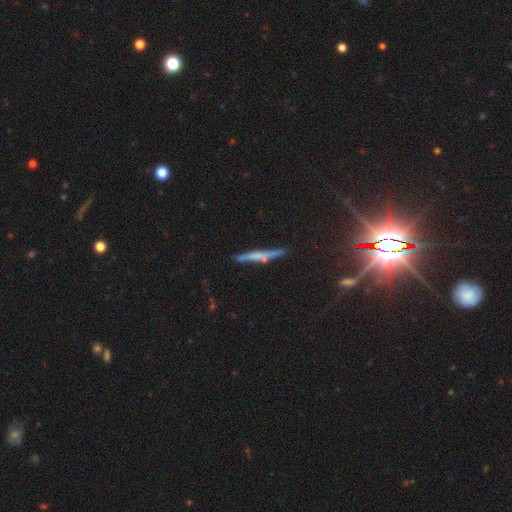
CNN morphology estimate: Smooth or featured? Predicted: featured or disk (p=0.45). Merging? Predicted: none (p=0.79).